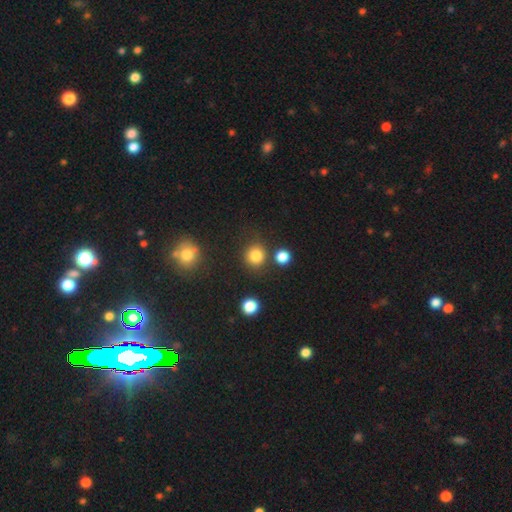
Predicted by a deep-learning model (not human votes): smooth-or-featured: smooth: 81% | star or artifact: 13% | featured or disk: 6%
  how-rounded: round: 88% | in between: 11% | cigar-shaped: 1%
  merging: none: 81% | minor disturbance: 9% | merger: 7% | major disturbance: 3%